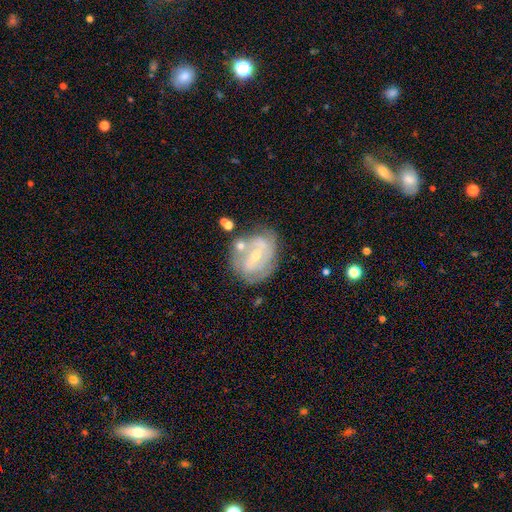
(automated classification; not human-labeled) featured or disk 76%, smooth 17%, star or artifact 7%. Down the decision tree: edge-on disk — no (97%); bar — weak (41%); spiral arms — yes (81%); spiral arm count — 2 (46%); spiral winding — tight (51%); bulge size — small (58%); merging — none (59%).